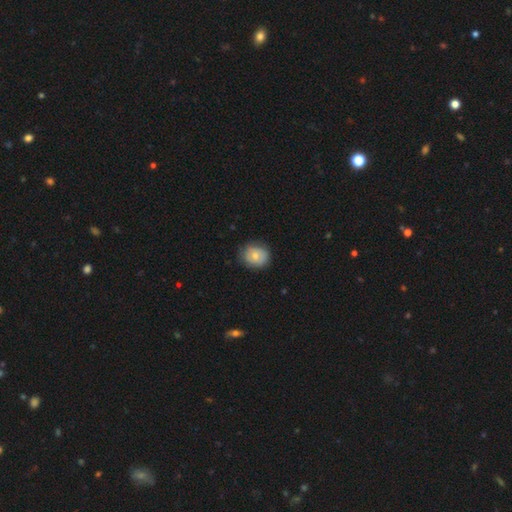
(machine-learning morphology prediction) Smooth or featured: smooth — 71% (featured or disk — 22%)
How rounded: round — 72% (in between — 27%)
Merging: none — 77% (minor disturbance — 18%)